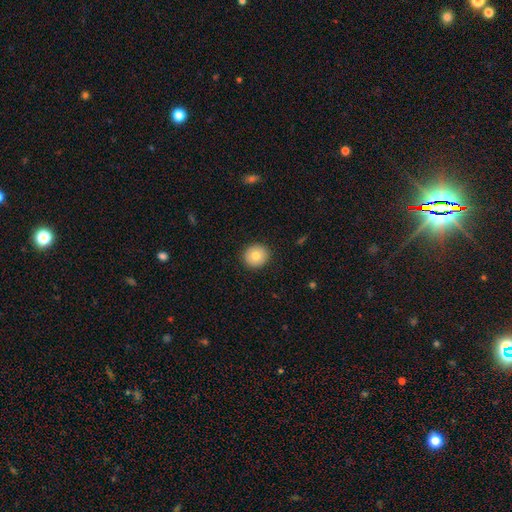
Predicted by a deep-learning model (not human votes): smooth_or_featured: smooth (p=0.80) [alt: featured or disk p=0.11]
how_rounded: round (p=0.90) [alt: in between p=0.09]
merging: none (p=0.91) [alt: minor disturbance p=0.06]